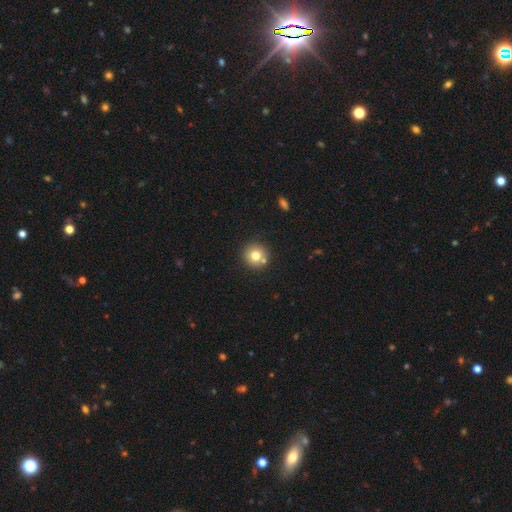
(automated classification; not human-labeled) This is likely a smooth galaxy (75%). How rounded: clearly round (94%). Merging: likely none (78%).